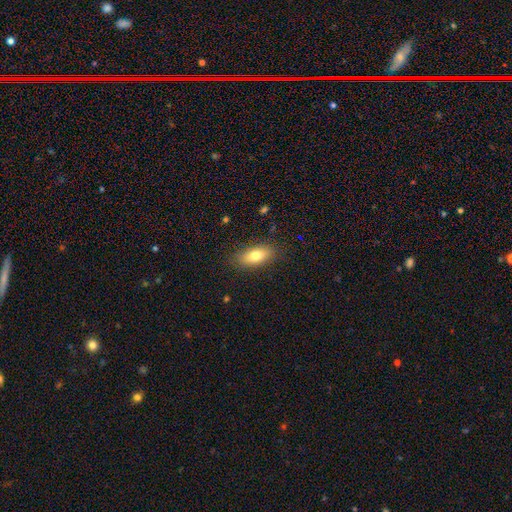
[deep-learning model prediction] Smooth or featured? Predicted: smooth (p=0.77). How rounded? Predicted: in between (p=0.82). Merging? Predicted: none (p=0.85).